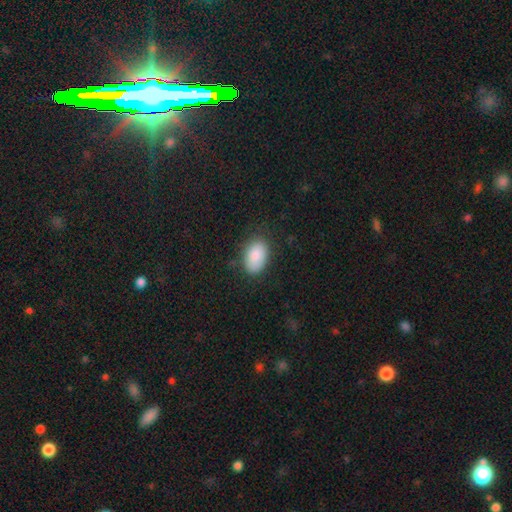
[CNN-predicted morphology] This is clearly a smooth galaxy (88%). How rounded: clearly in between (91%). Merging: likely none (79%).